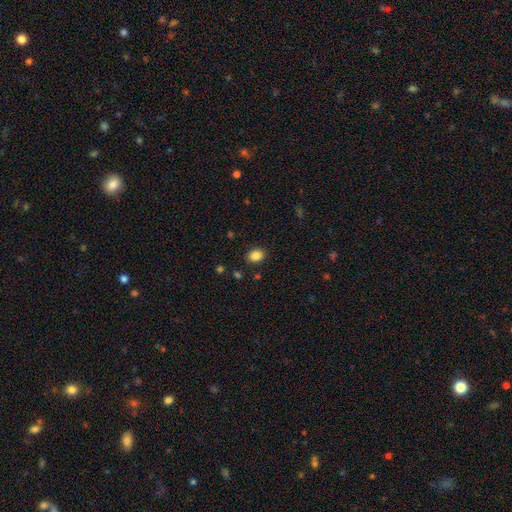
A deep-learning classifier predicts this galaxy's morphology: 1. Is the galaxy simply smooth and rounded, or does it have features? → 86% smooth, 10% star or artifact, 4% featured or disk.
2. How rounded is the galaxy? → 54% in between, 45% round, 1% cigar-shaped.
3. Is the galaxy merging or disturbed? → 87% none, 9% minor disturbance, 3% major disturbance, 2% merger.